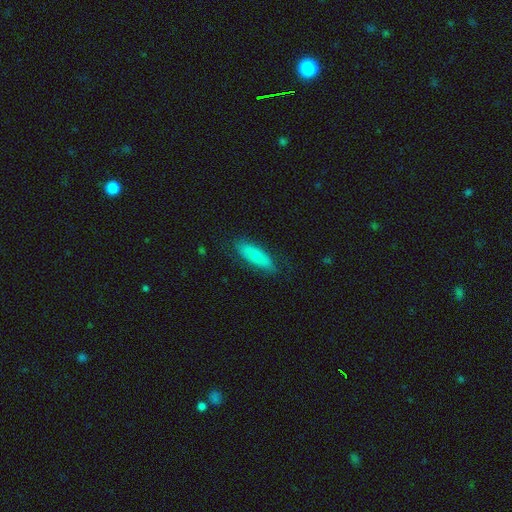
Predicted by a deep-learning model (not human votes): The model was most divided on "how rounded": in between: 60%, cigar-shaped: 37%, round: 2%. More confident: merging — none (77%); smooth or featured — smooth (68%).